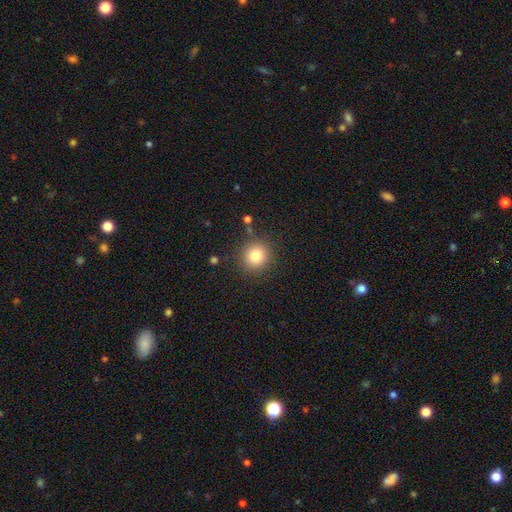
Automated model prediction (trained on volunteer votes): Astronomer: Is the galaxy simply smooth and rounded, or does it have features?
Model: smooth — 82%.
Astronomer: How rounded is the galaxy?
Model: round — 92%.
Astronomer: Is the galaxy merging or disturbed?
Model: none — 87%.